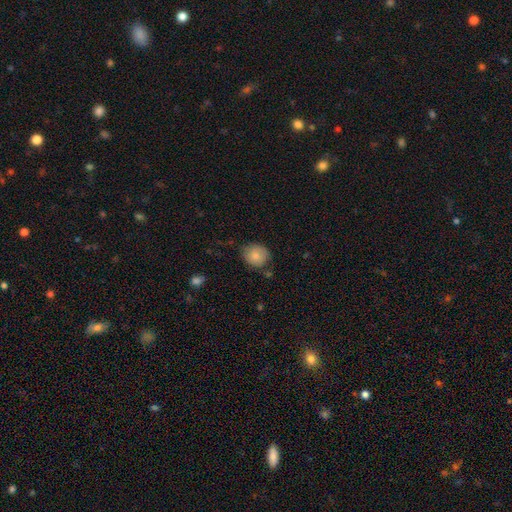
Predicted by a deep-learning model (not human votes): This is clearly a smooth galaxy (83%). How rounded: likely round (74%). Merging: likely none (69%).